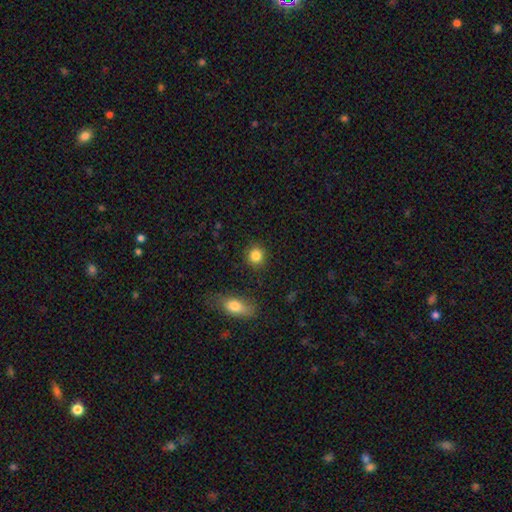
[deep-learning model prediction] This is clearly a smooth galaxy (85%). How rounded: clearly round (87%). Merging: clearly none (89%).